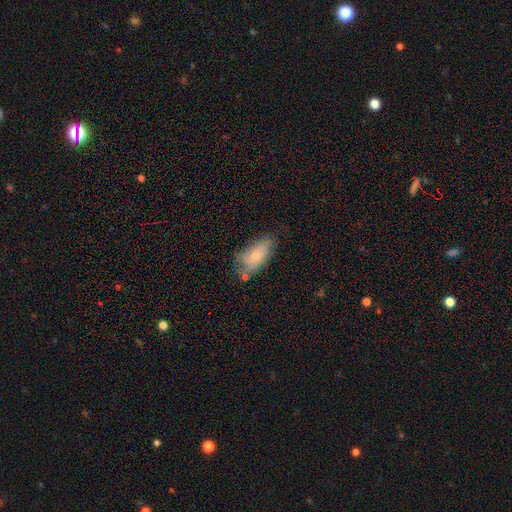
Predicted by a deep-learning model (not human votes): A smooth galaxy with no disk features (69%) that is in between round and cigar-shaped (89%).

Vote fractions:
- Smooth or featured? smooth: 69% / featured or disk: 24% / star or artifact: 7%
- How rounded? in between: 89% / cigar-shaped: 8% / round: 3%
- Merging? none: 55% / minor disturbance: 29% / major disturbance: 9% / merger: 8%